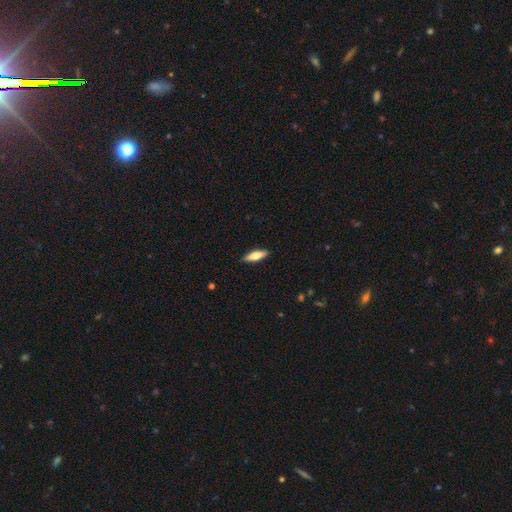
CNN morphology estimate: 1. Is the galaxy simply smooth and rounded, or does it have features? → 68% smooth, 26% featured or disk, 6% star or artifact.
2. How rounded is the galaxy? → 51% cigar-shaped, 47% in between, 2% round.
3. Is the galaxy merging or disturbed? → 89% none, 8% minor disturbance, 2% major disturbance, 1% merger.